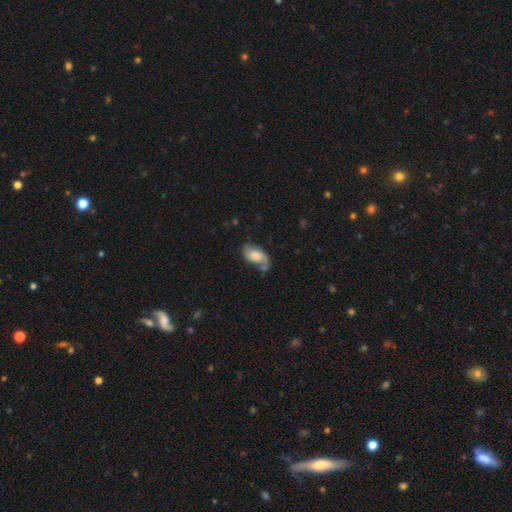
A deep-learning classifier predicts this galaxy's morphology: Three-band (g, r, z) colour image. It shows a smooth galaxy with no disk features (54%) that is in between round and cigar-shaped (92%). Merging: none (48%).